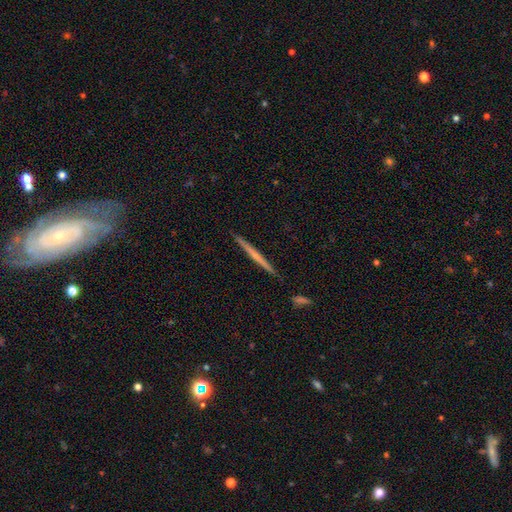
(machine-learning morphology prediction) Smooth or featured? featured or disk (56%)
Edge-on disk? yes (98%)
Edge-on bulge? none (81%)
Merging? none (92%)